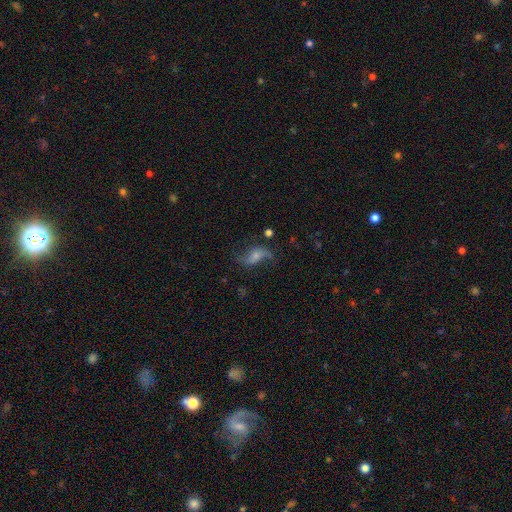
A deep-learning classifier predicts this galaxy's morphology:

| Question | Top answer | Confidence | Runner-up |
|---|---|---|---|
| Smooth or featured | featured or disk | 72% | smooth (19%) |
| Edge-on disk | no | 95% | yes (5%) |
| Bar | no | 48% | weak (36%) |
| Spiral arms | yes | 92% | no (8%) |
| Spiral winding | loose | 85% | medium (12%) |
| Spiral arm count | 2 | 90% | 1 (4%) |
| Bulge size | small | 45% | moderate (30%) |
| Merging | none | 66% | minor disturbance (18%) |